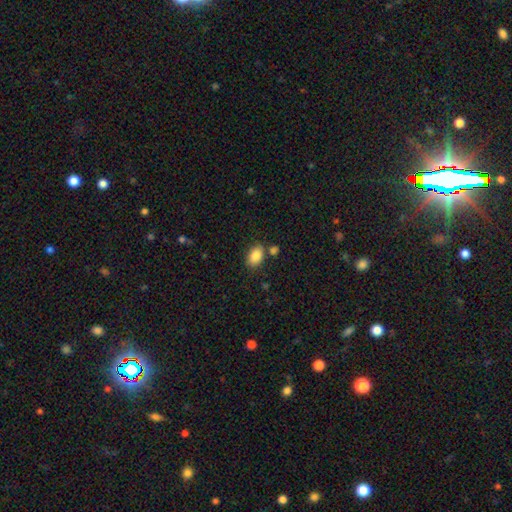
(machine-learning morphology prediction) Overall: smooth (86%). How rounded: in between (86%). Merging: none (75%).